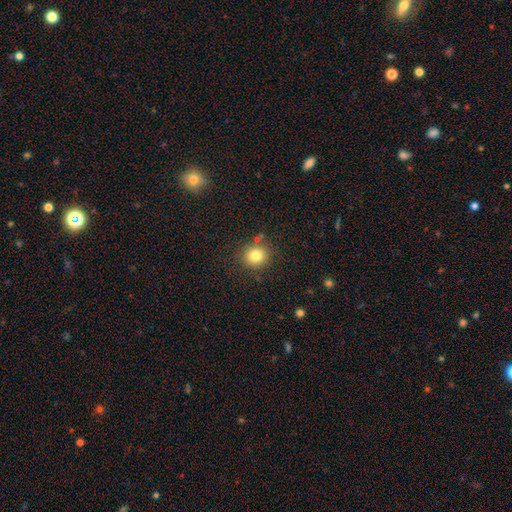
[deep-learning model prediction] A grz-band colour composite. It shows a smooth galaxy with no disk features (81%) that is round (86%). Merging: none (83%).